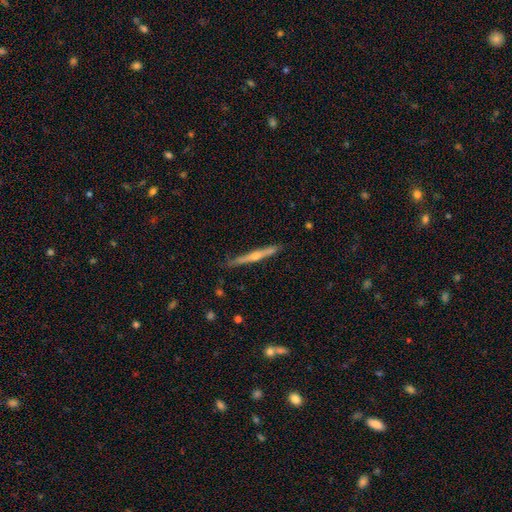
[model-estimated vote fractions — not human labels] featured or disk 72%, smooth 22%, star or artifact 6%. Down the decision tree: edge-on disk — yes (98%); edge-on bulge — rounded (82%); merging — none (87%).